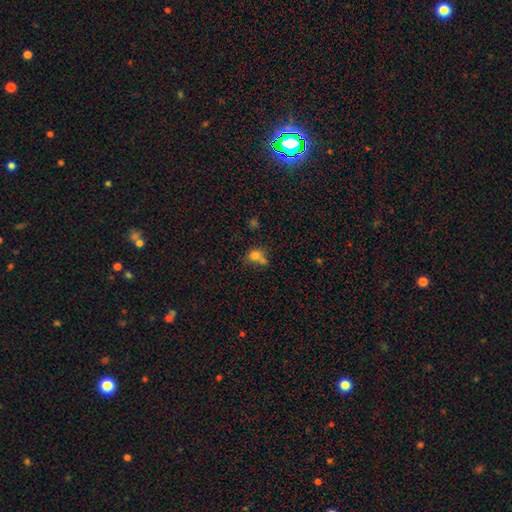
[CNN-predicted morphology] smooth_or_featured: smooth (p=0.75) [alt: star or artifact p=0.14]
how_rounded: round (p=0.61) [alt: in between p=0.37]
merging: merger (p=0.39) [alt: none p=0.38]